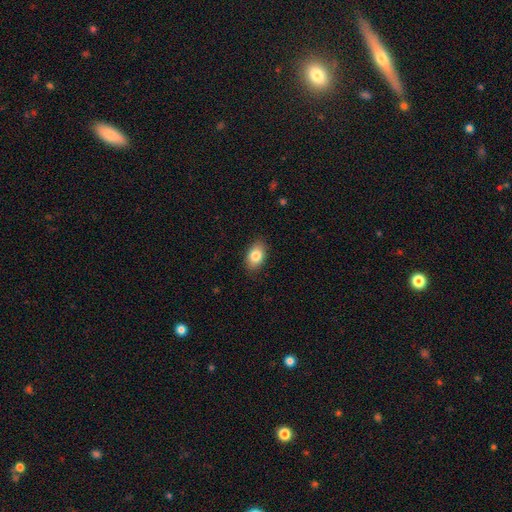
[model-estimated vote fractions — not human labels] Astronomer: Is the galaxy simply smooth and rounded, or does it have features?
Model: smooth — 82%.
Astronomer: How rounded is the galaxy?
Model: in between — 88%.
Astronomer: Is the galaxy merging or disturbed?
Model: none — 86%.